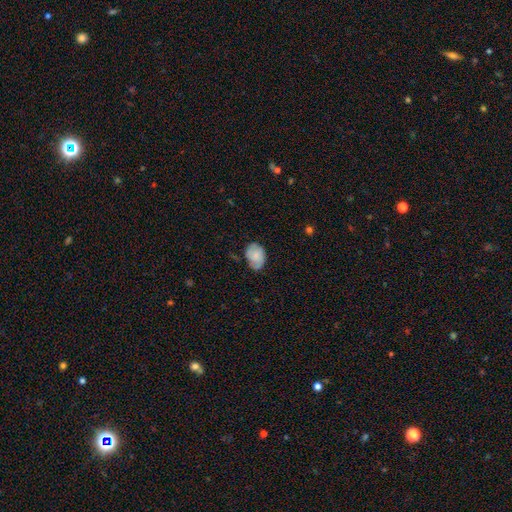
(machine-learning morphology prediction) Smooth or featured? Predicted: smooth (p=0.68). How rounded? Predicted: in between (p=0.77). Merging? Predicted: none (p=0.63).